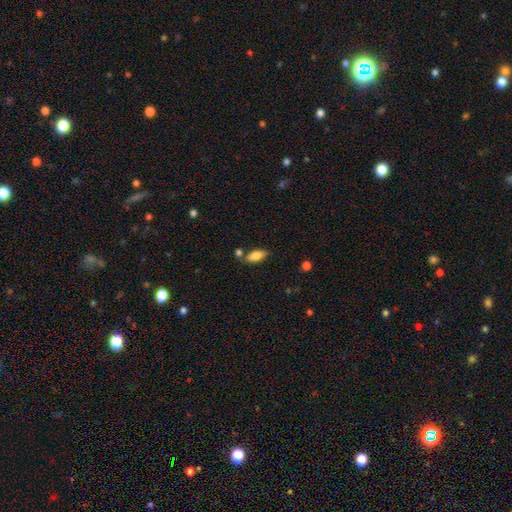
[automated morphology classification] smooth 79%, featured or disk 14%, star or artifact 7%. Down the decision tree: how rounded — in between (79%); merging — none (71%).